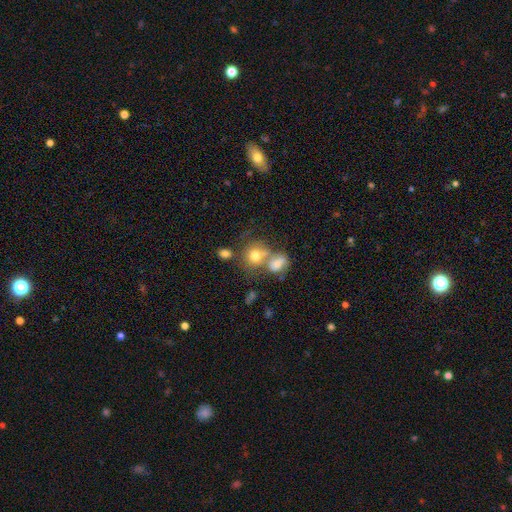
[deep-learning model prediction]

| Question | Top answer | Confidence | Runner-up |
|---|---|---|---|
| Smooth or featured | smooth | 71% | featured or disk (17%) |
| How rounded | round | 72% | in between (27%) |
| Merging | merger | 45% | none (37%) |